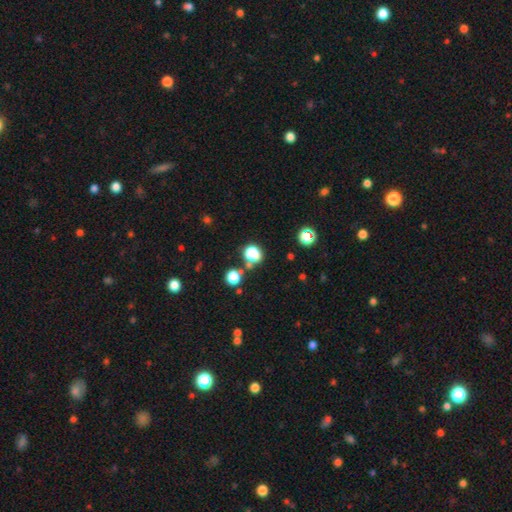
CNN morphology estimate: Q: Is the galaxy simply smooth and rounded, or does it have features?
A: smooth — 75%.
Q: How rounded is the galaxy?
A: round — 65%.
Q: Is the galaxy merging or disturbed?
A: none — 63%.